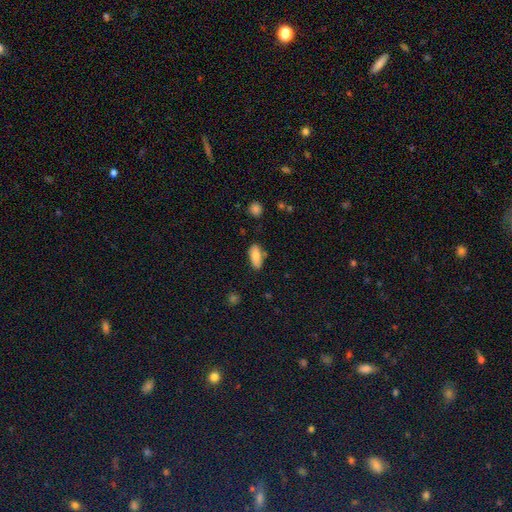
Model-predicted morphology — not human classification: Q: Smooth or featured?
A: smooth (78%); runner-up: featured or disk (15%)
Q: How rounded?
A: in between (86%); runner-up: cigar-shaped (11%)
Q: Merging?
A: none (77%); runner-up: minor disturbance (16%)